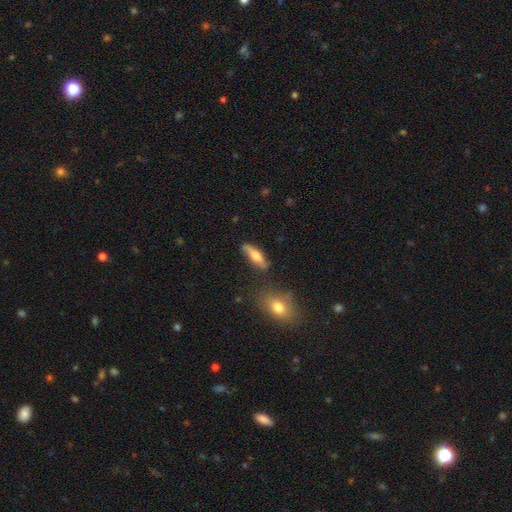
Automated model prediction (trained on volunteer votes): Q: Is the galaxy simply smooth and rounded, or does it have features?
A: smooth — 52%.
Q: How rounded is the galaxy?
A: cigar-shaped — 55%.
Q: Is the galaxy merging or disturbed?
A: none — 69%.